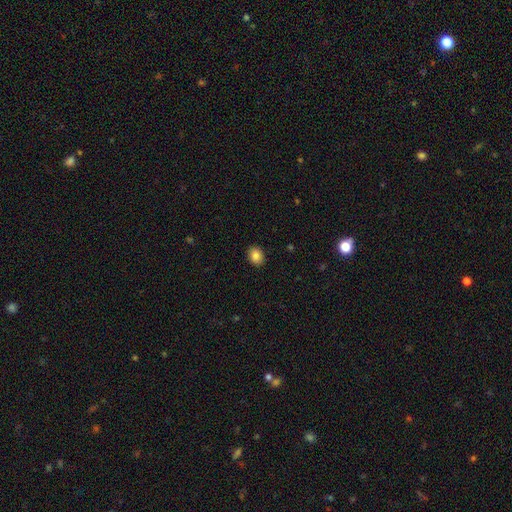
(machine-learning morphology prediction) Smooth or featured: smooth — 86% (star or artifact — 9%)
How rounded: in between — 56% (round — 43%)
Merging: none — 91% (minor disturbance — 6%)